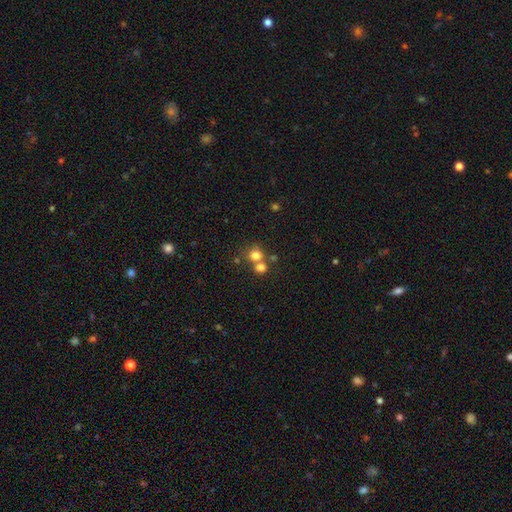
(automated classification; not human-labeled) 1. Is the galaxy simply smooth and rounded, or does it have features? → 75% smooth, 14% star or artifact, 10% featured or disk.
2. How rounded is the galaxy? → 86% round, 13% in between, 1% cigar-shaped.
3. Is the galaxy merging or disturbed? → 49% none, 41% merger, 7% minor disturbance, 3% major disturbance.